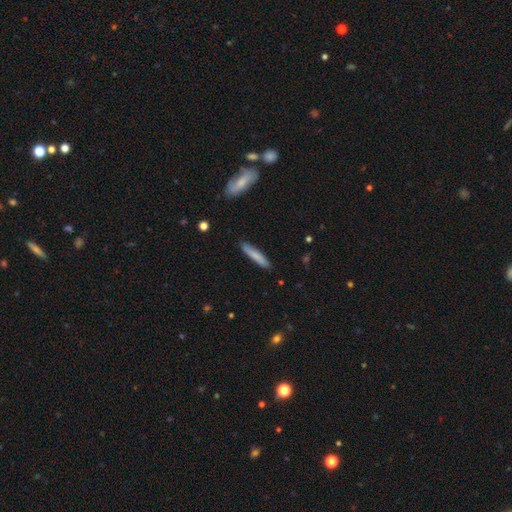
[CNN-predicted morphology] Overall: smooth (78%). How rounded: cigar-shaped (90%). Merging: none (87%).